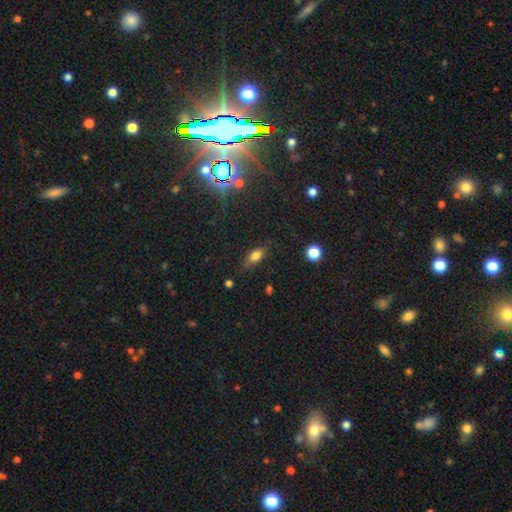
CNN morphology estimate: smooth 75%, featured or disk 13%, star or artifact 12%. Down the decision tree: how rounded — in between (80%); merging — none (69%).